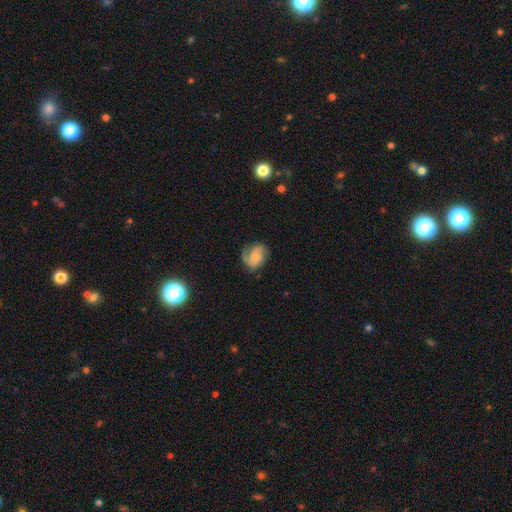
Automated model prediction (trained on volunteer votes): This appears to be a featured or disk galaxy (58%) with no bar (68%), 2 (58%) medium (44%) spiral arms (91%) and no central bulge (44%). Merging: none (64%).